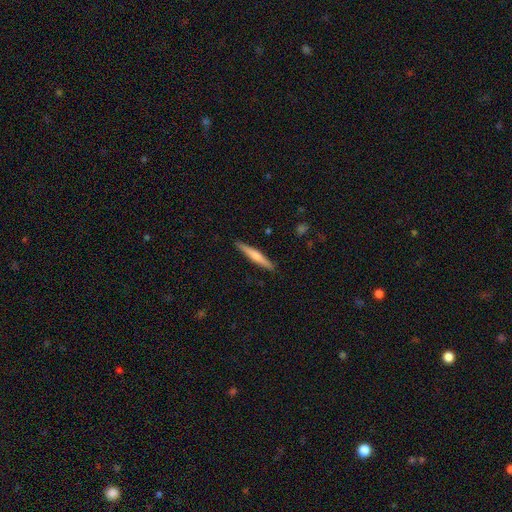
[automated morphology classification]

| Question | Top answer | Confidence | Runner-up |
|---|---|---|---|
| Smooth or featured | smooth | 51% | featured or disk (44%) |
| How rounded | cigar-shaped | 94% | in between (4%) |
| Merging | none | 90% | minor disturbance (7%) |